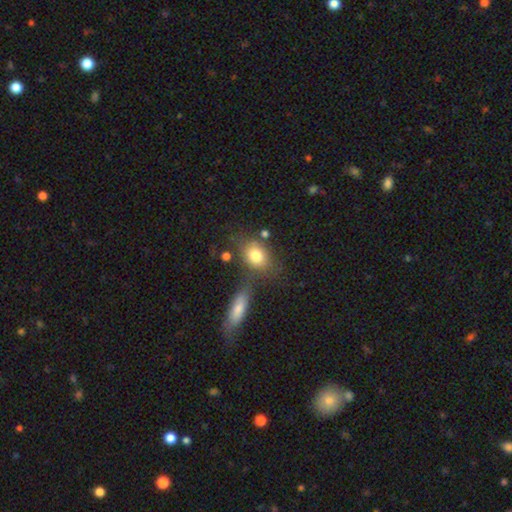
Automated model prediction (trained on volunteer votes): This appears to be a smooth galaxy with no disk features (79%) that is in between round and cigar-shaped (61%). Merging: none (59%).